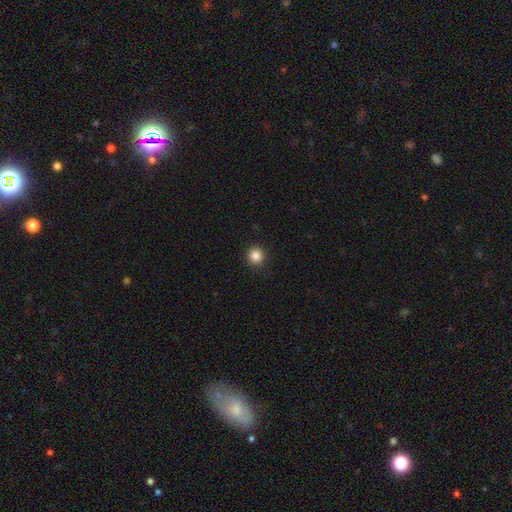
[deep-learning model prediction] smooth_or_featured: smooth (p=0.85) [alt: star or artifact p=0.11]
how_rounded: round (p=0.93) [alt: in between p=0.06]
merging: none (p=0.92) [alt: minor disturbance p=0.06]